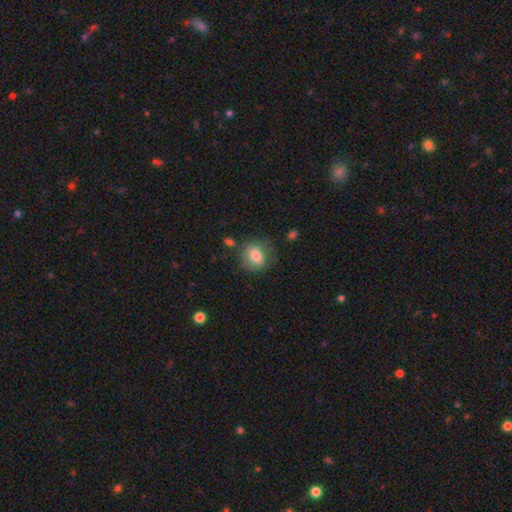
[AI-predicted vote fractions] Smooth or featured? smooth (76%)
How rounded? round (58%)
Merging? none (71%)